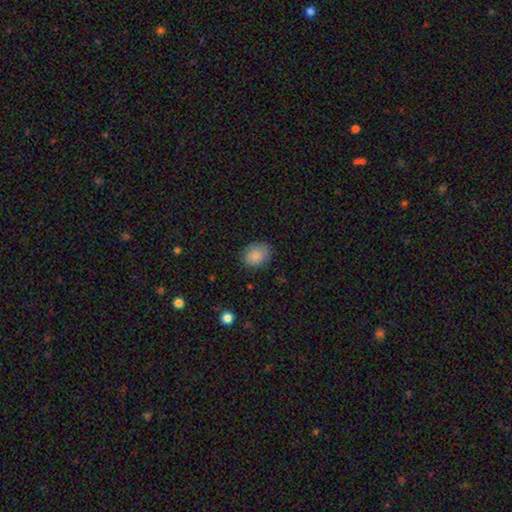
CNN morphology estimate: Q: Smooth or featured?
A: smooth (87%); runner-up: star or artifact (8%)
Q: How rounded?
A: in between (54%); runner-up: round (45%)
Q: Merging?
A: none (83%); runner-up: minor disturbance (13%)